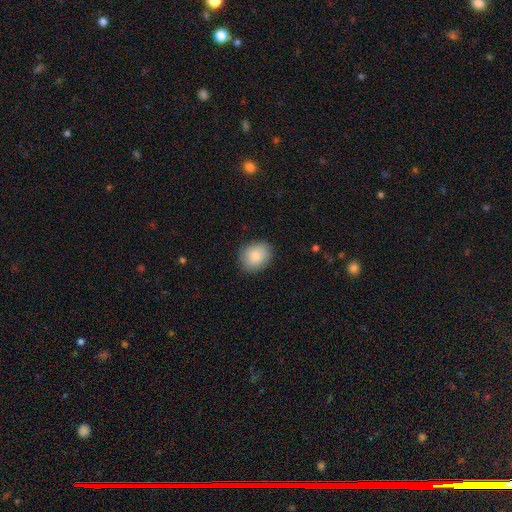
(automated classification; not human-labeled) Smooth or featured? Predicted: smooth (p=0.85). How rounded? Predicted: round (p=0.57). Merging? Predicted: none (p=0.84).